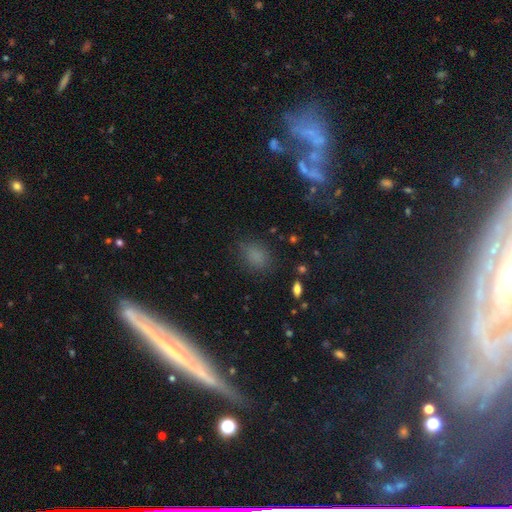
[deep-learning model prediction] A smooth galaxy with no disk features (76%) that is in between round and cigar-shaped (62%).

Vote fractions:
- Smooth or featured? smooth: 76% / star or artifact: 18% / featured or disk: 7%
- How rounded? in between: 62% / round: 36% / cigar-shaped: 2%
- Merging? none: 77% / minor disturbance: 14% / major disturbance: 6% / merger: 2%